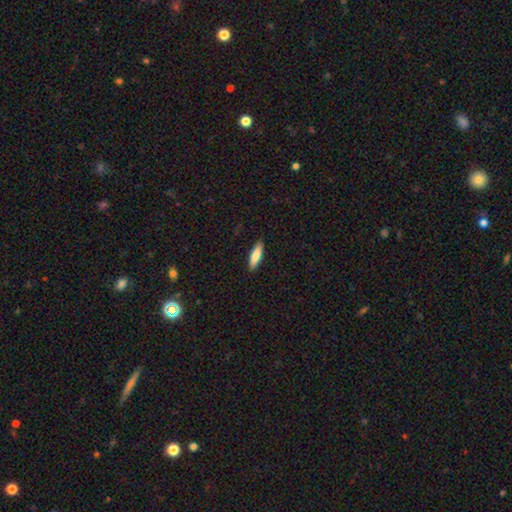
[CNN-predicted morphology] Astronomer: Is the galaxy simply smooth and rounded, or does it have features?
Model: smooth — 80%.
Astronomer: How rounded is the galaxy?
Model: cigar-shaped — 63%.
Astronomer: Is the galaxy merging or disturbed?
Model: none — 89%.